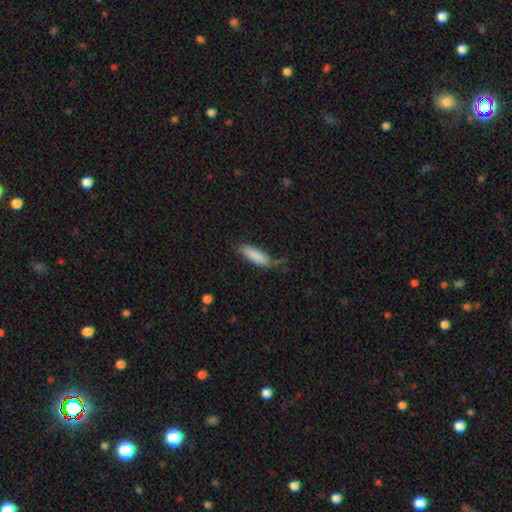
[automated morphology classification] The model was most divided on "how rounded": cigar-shaped: 52%, in between: 46%, round: 2%. More confident: smooth or featured — smooth (84%); merging — none (58%).